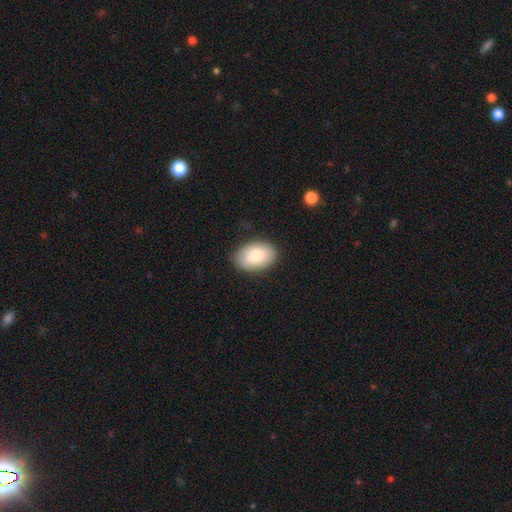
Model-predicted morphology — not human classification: smooth 84%, featured or disk 10%, star or artifact 6%. Down the decision tree: how rounded — in between (88%); merging — none (82%).